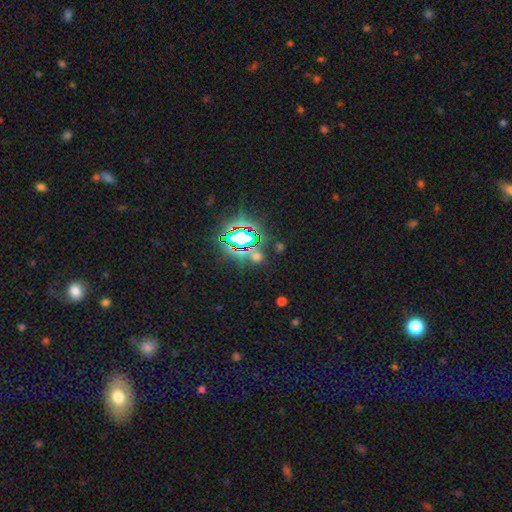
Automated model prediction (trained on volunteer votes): star or artifact 62%, smooth 29%, featured or disk 8%.